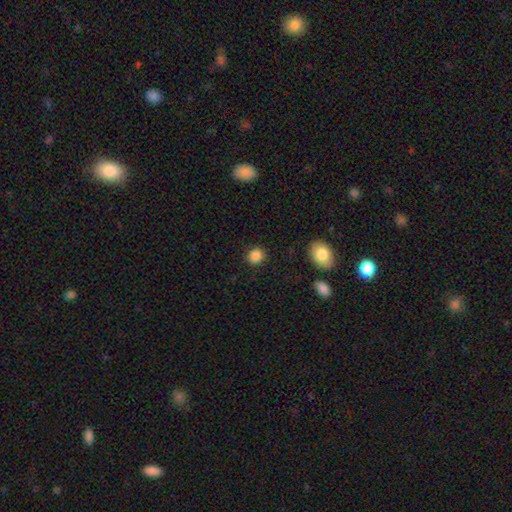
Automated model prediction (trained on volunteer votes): smooth 86%, star or artifact 10%, featured or disk 3%. Down the decision tree: how rounded — round (82%); merging — none (89%).